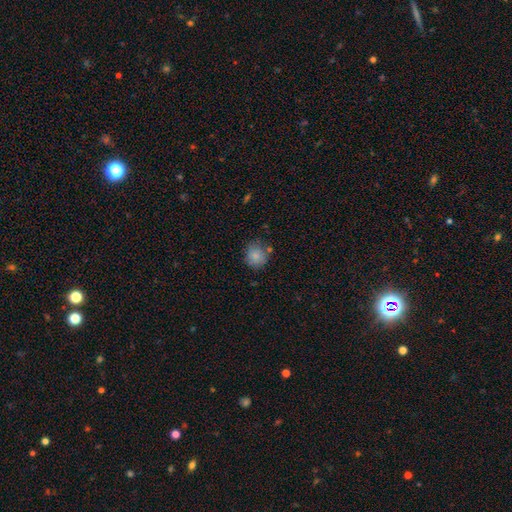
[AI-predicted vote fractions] smooth_or_featured: smooth (p=0.84) [alt: star or artifact p=0.09]
how_rounded: round (p=0.84) [alt: in between p=0.15]
merging: none (p=0.73) [alt: minor disturbance p=0.17]